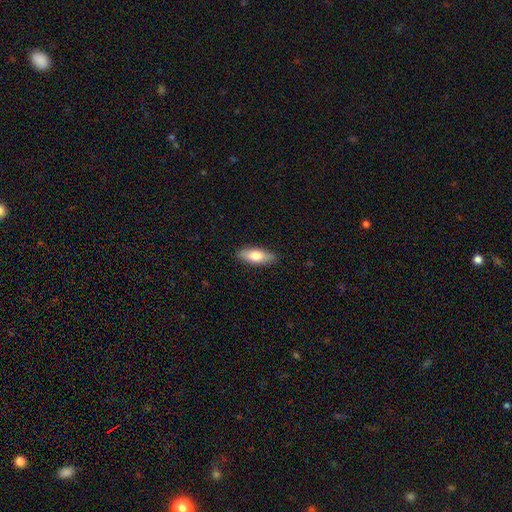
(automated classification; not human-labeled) The model was most divided on "how rounded": in between: 69%, cigar-shaped: 29%, round: 2%. More confident: merging — none (88%); smooth or featured — smooth (74%).